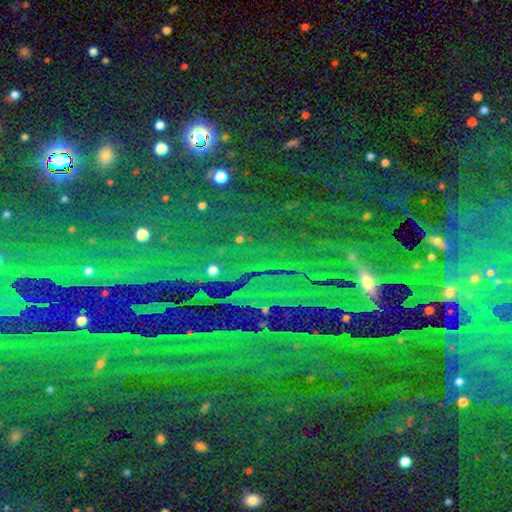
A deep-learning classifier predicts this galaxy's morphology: type=star or artifact (81%).